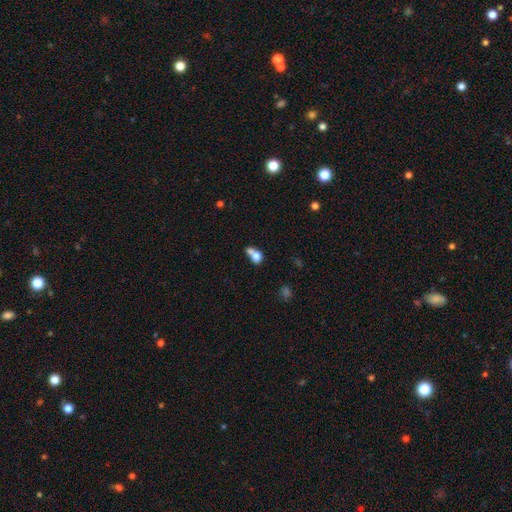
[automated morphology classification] A smooth galaxy with no disk features (74%) that is round (51%).

Vote fractions:
- Smooth or featured? smooth: 74% / featured or disk: 15% / star or artifact: 10%
- How rounded? round: 51% / in between: 47% / cigar-shaped: 2%
- Merging? merger: 62% / none: 24% / minor disturbance: 8% / major disturbance: 6%